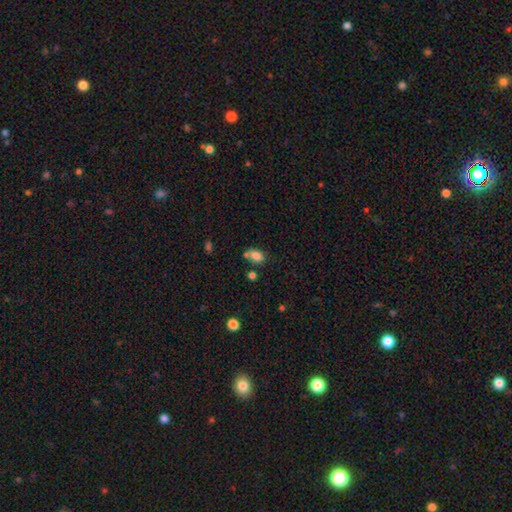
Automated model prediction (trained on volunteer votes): The model was most divided on "merging": none: 46%, merger: 24%, minor disturbance: 22%, major disturbance: 8%. More confident: smooth or featured — smooth (80%); how rounded — in between (75%).